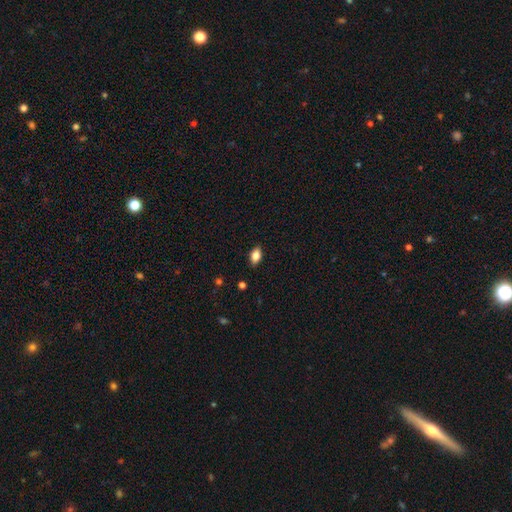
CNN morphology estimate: smooth 81%, featured or disk 11%, star or artifact 8%. Down the decision tree: how rounded — in between (88%); merging — none (87%).